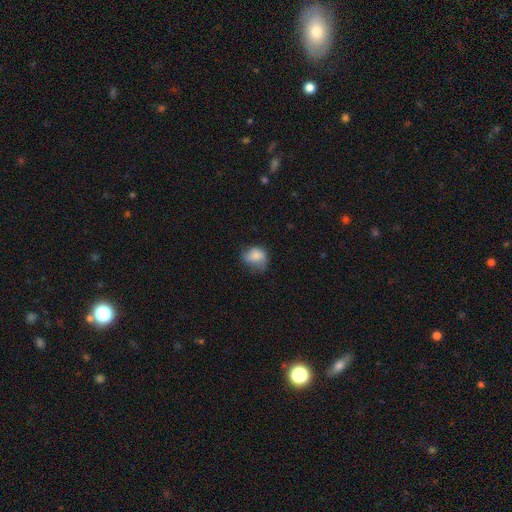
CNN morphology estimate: This is likely a smooth galaxy (73%). How rounded: possibly in between (52%). Merging: marginally none (44%).